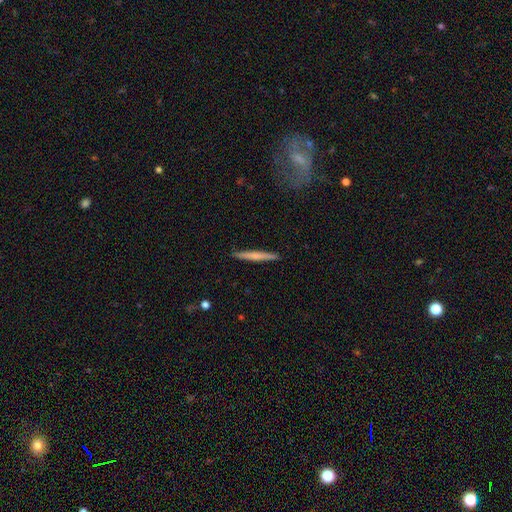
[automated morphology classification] This appears to be a smooth galaxy with no disk features (57%) that is cigar-shaped (96%). Merging: none (91%).